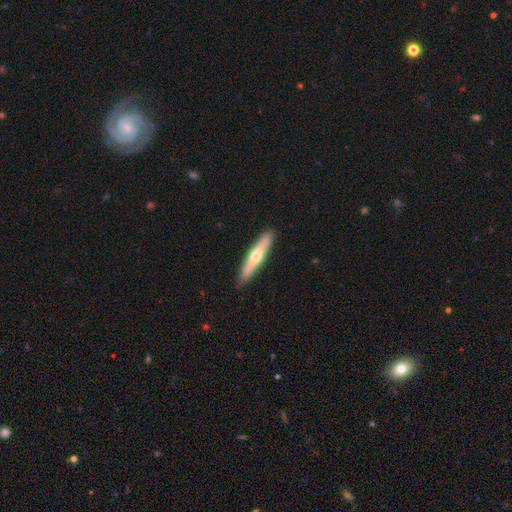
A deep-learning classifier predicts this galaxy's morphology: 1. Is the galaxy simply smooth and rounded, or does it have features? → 50% smooth, 45% featured or disk, 5% star or artifact.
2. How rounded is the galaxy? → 89% cigar-shaped, 10% in between, 1% round.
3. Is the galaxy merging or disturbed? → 90% none, 7% minor disturbance, 1% major disturbance, 1% merger.